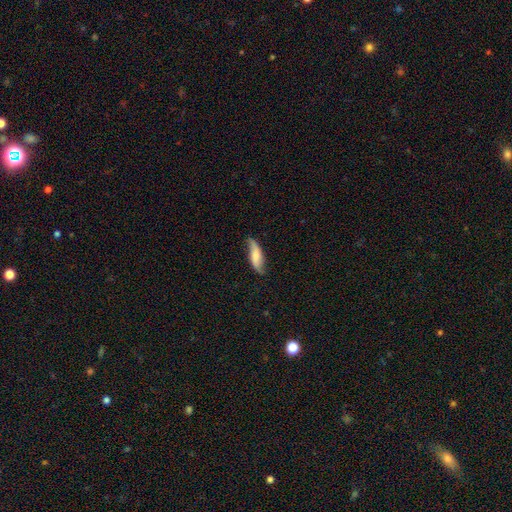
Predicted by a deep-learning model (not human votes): Morphology: type=featured or disk (50%); merging=none (70%).